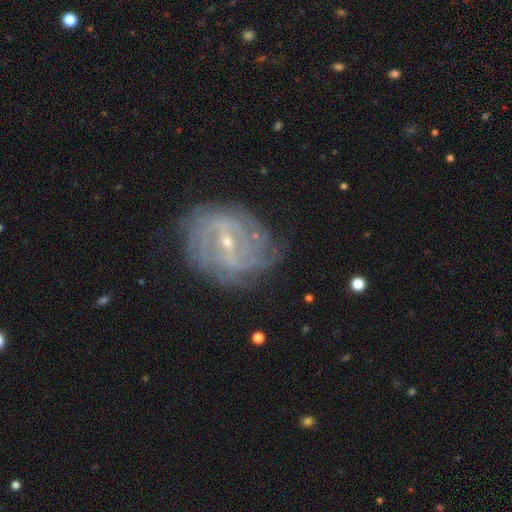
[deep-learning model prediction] smooth_or_featured: featured or disk (p=0.86) [alt: smooth p=0.07]
disk_edge_on: no (p=0.96) [alt: yes p=0.04]
bar: weak (p=0.48) [alt: strong p=0.36]
has_spiral_arms: yes (p=0.92) [alt: no p=0.08]
spiral_winding: tight (p=0.58) [alt: medium p=0.31]
spiral_arm_count: can't tell (p=0.38) [alt: 2 p=0.22]
bulge_size: small (p=0.77) [alt: moderate p=0.19]
merging: none (p=0.76) [alt: minor disturbance p=0.16]